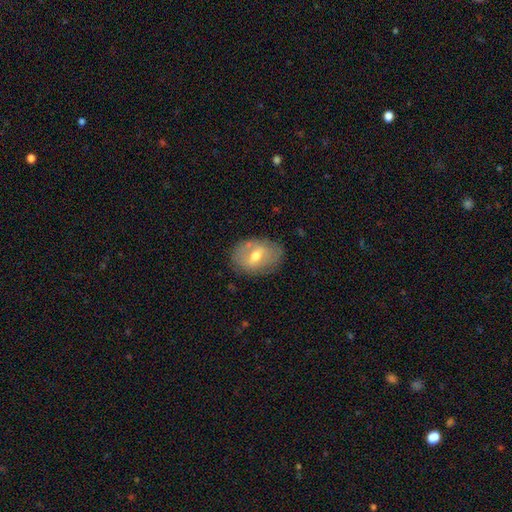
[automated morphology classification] This is possibly a featured or disk galaxy (50%). Merging: likely none (77%).